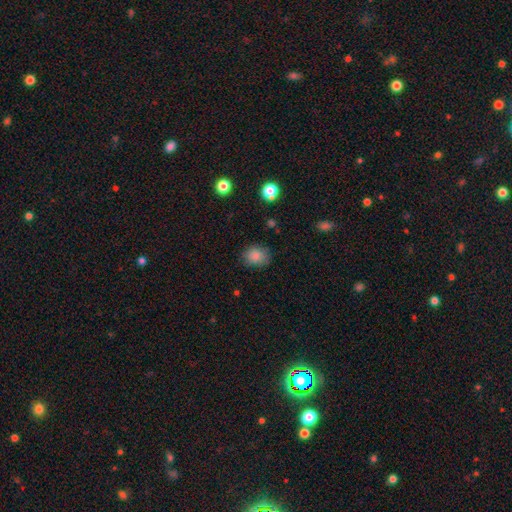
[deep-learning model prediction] smooth 84%, star or artifact 10%, featured or disk 6%. Down the decision tree: how rounded — round (60%); merging — none (79%).